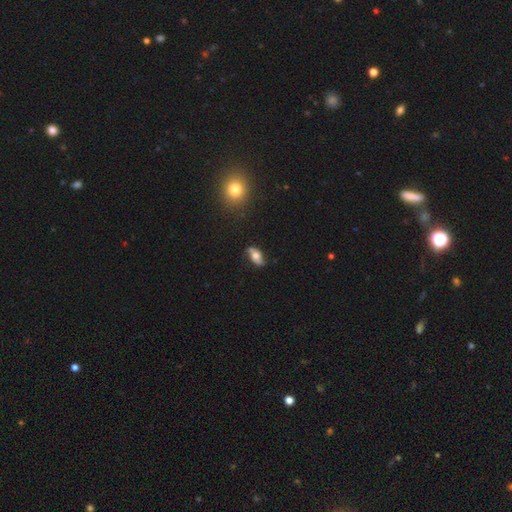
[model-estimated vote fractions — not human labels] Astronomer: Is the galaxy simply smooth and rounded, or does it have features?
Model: smooth — 49% (runner-up: featured or disk, 43%).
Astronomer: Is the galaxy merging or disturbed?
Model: none — 76%.